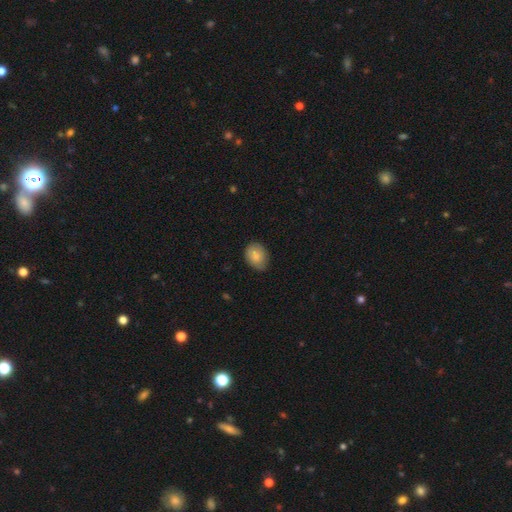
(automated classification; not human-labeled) Smooth or featured?
  - smooth: 81% *
  - featured or disk: 12%
  - star or artifact: 7%
How rounded?
  - in between: 63% *
  - round: 36%
  - cigar-shaped: 1%
Merging?
  - none: 75% *
  - minor disturbance: 21%
  - major disturbance: 3%
  - merger: 1%